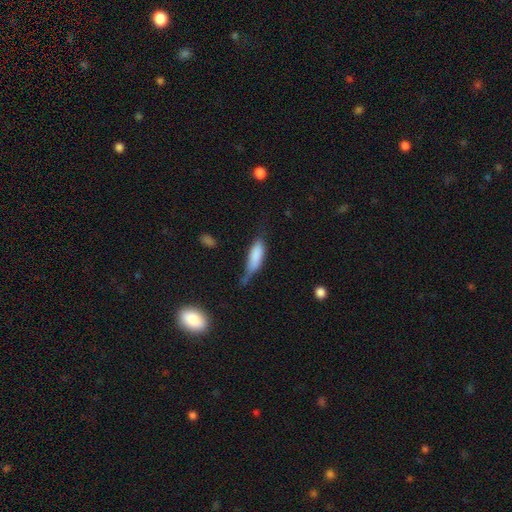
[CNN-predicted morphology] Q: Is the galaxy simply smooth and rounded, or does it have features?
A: smooth — 79%.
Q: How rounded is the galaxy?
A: in between — 56%.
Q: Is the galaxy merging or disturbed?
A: minor disturbance — 40%.